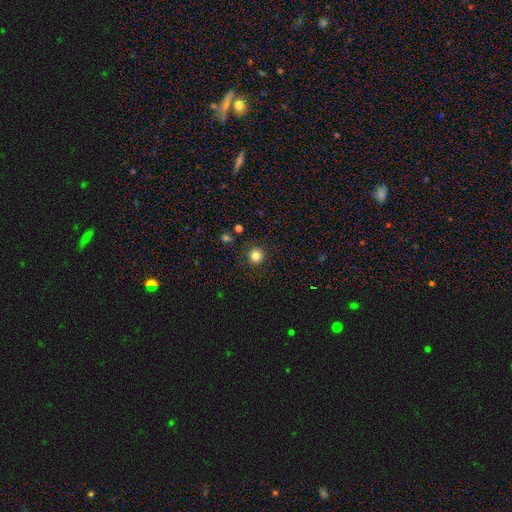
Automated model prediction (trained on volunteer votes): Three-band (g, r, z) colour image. It shows a smooth galaxy with no disk features (82%) that is round (94%). Merging: none (90%).